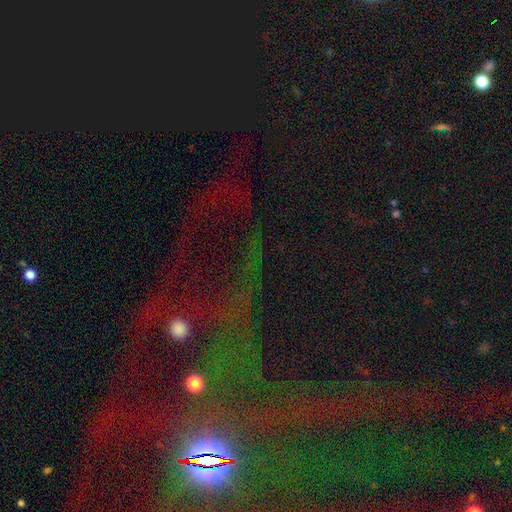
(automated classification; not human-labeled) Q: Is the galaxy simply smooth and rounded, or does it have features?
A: star or artifact — 78%.